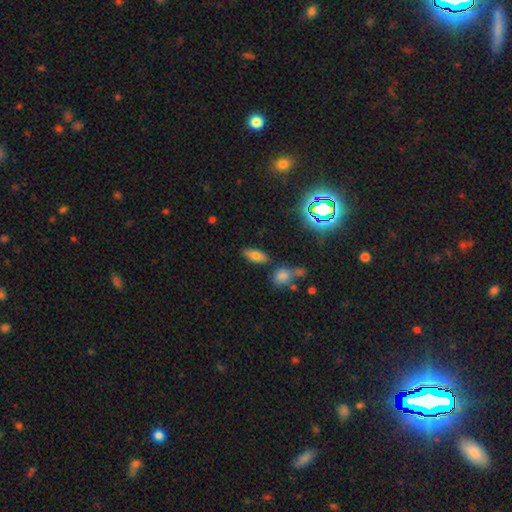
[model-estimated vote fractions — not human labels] smooth-or-featured: smooth: 73% | star or artifact: 15% | featured or disk: 12%
  how-rounded: in between: 83% | cigar-shaped: 12% | round: 5%
  merging: none: 78% | minor disturbance: 12% | merger: 7% | major disturbance: 3%